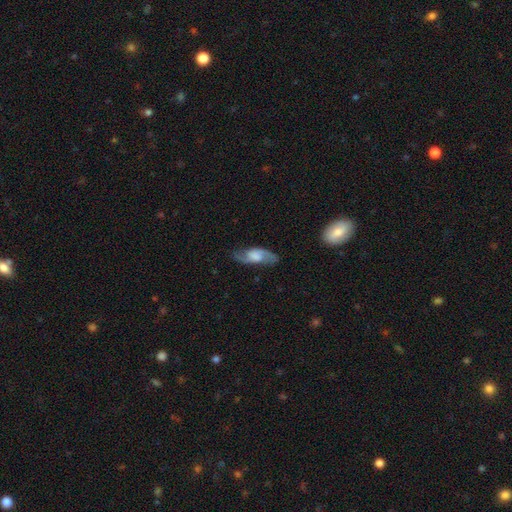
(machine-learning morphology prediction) Overall: featured or disk (71%). Edge-on disk: no (89%). Bar: no (46%; weak 43%). Spiral arms: yes (92%). Spiral arm count: 2 (89%). Spiral winding: medium (45%; loose 40%). Bulge size: large (29%; moderate 28%). Merging: none (78%).